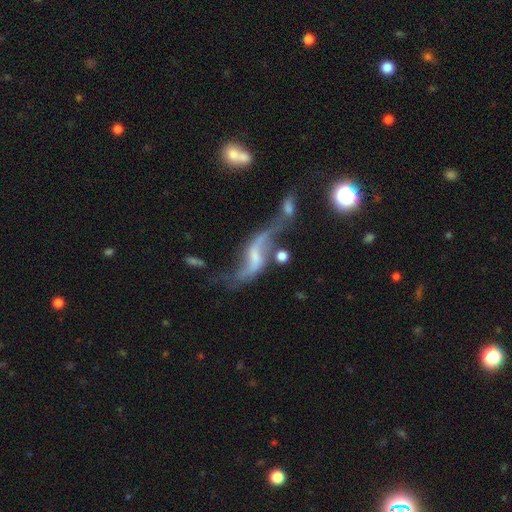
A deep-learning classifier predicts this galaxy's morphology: Smooth or featured? Predicted: featured or disk (p=0.84). Edge-on disk? Predicted: no (p=0.91). Bar? Predicted: weak (p=0.42). Spiral arms? Predicted: yes (p=0.90). Spiral winding? Predicted: loose (p=0.92). Spiral arm count? Predicted: 2 (p=0.90). Bulge size? Predicted: small (p=0.45). Merging? Predicted: none (p=0.33).